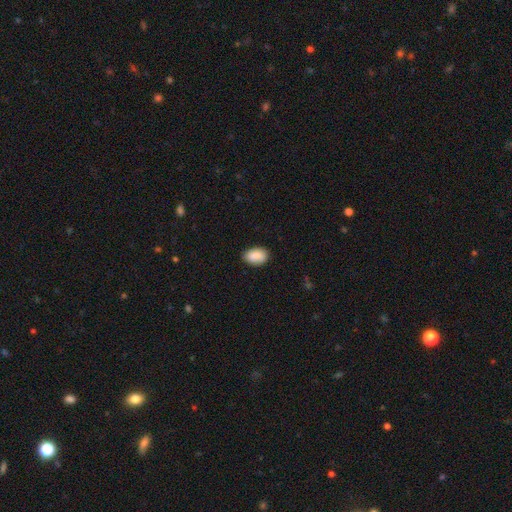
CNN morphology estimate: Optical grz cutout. It shows a smooth galaxy with no disk features (86%) that is in between round and cigar-shaped (89%). Merging: none (83%).